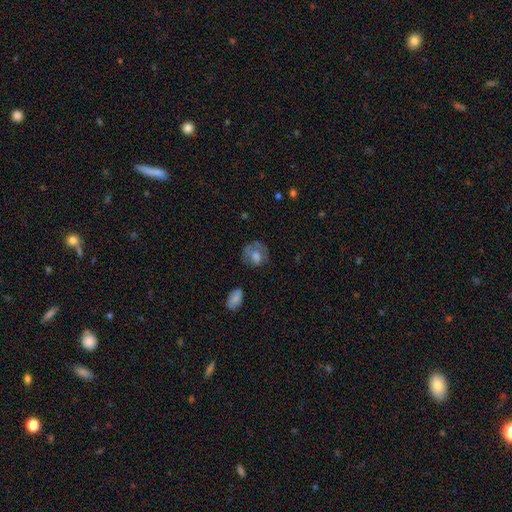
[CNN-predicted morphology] smooth_or_featured: smooth (p=0.55) [alt: featured or disk p=0.35]
how_rounded: round (p=0.71) [alt: in between p=0.28]
merging: none (p=0.59) [alt: minor disturbance p=0.23]